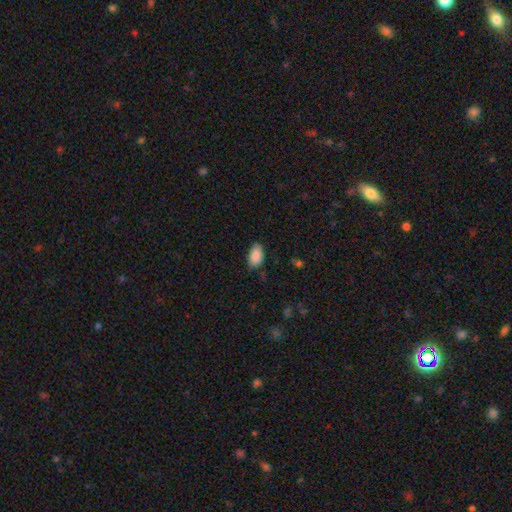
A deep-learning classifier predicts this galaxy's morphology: smooth 89%, star or artifact 7%, featured or disk 4%. Down the decision tree: how rounded — in between (93%); merging — none (77%).